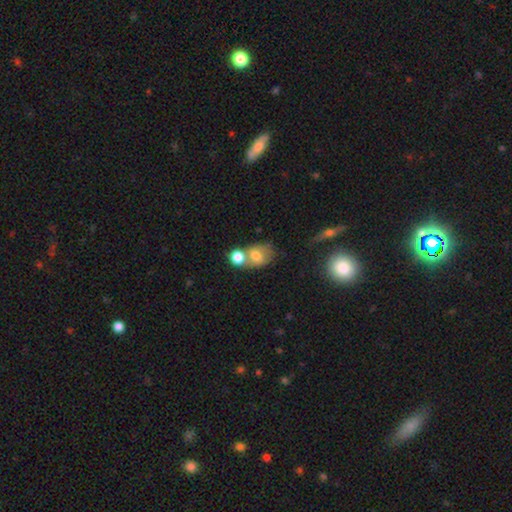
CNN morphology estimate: Smooth or featured?
  - smooth: 67% *
  - featured or disk: 21%
  - star or artifact: 12%
How rounded?
  - in between: 57% *
  - round: 42%
  - cigar-shaped: 1%
Merging?
  - merger: 51% *
  - none: 32%
  - minor disturbance: 11%
  - major disturbance: 6%